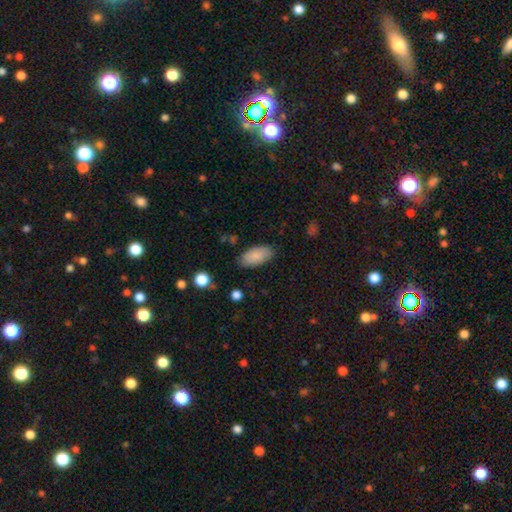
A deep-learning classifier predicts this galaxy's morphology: Smooth or featured? Predicted: smooth (p=0.86). How rounded? Predicted: in between (p=0.92). Merging? Predicted: none (p=0.83).